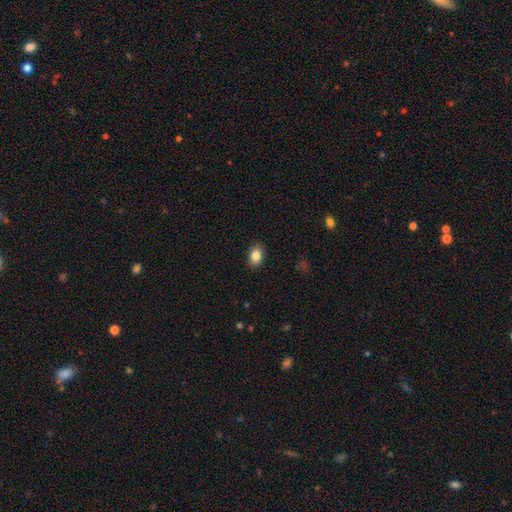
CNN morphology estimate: smooth 85%, star or artifact 8%, featured or disk 7%. Down the decision tree: how rounded — in between (82%); merging — none (88%).